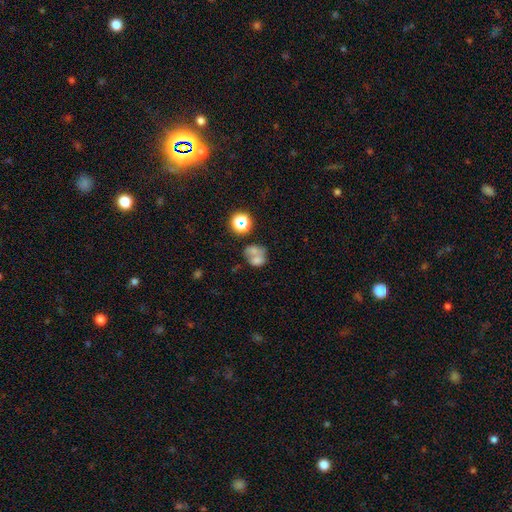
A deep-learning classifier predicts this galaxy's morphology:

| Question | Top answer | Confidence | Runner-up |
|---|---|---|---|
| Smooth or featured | smooth | 61% | featured or disk (23%) |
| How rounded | round | 53% | in between (46%) |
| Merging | merger | 58% | none (24%) |